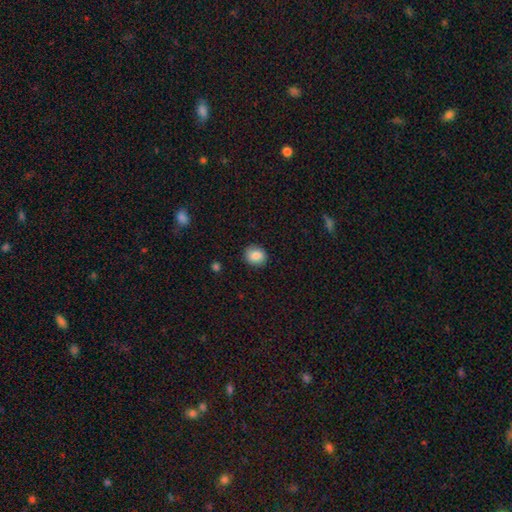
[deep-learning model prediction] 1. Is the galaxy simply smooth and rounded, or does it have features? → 86% smooth, 9% star or artifact, 5% featured or disk.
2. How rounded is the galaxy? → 71% round, 28% in between, 1% cigar-shaped.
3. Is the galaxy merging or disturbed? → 88% none, 9% minor disturbance, 2% major disturbance, 1% merger.